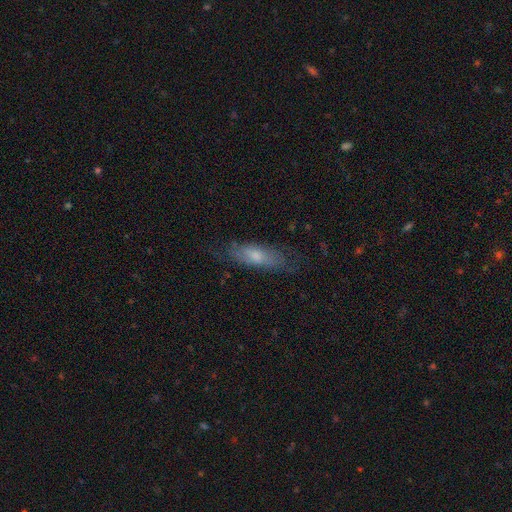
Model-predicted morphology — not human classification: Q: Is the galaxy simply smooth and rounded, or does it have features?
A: smooth — 52%.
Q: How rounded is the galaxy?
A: in between — 49%, tied with cigar-shaped.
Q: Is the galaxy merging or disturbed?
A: none — 68%.